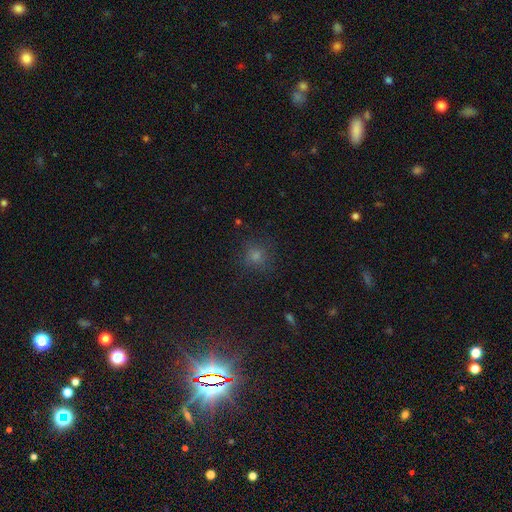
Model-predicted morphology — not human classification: type=smooth (50%); roundness=round (90%); merging=none (85%).